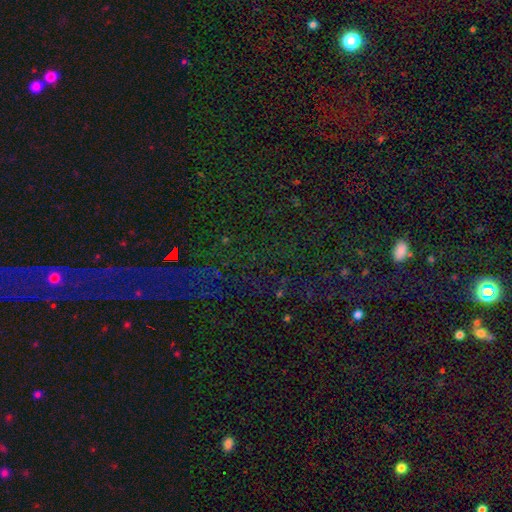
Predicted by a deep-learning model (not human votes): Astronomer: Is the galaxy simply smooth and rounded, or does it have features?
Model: star or artifact — 78%.